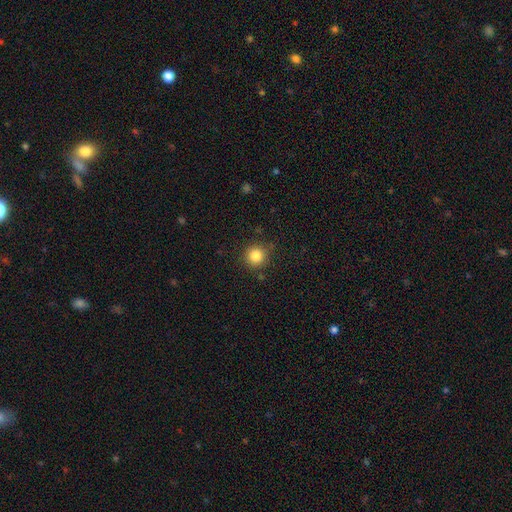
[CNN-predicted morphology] A smooth galaxy with no disk features (83%) that is round (93%).

Vote fractions:
- Smooth or featured? smooth: 83% / star or artifact: 11% / featured or disk: 6%
- How rounded? round: 93% / in between: 6% / cigar-shaped: 1%
- Merging? none: 87% / minor disturbance: 9% / major disturbance: 3% / merger: 2%